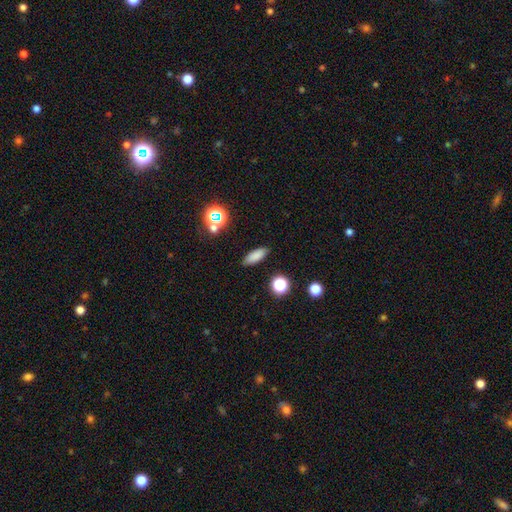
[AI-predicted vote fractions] smooth-or-featured: smooth: 81% | star or artifact: 12% | featured or disk: 7%
  how-rounded: in between: 67% | cigar-shaped: 29% | round: 4%
  merging: none: 87% | minor disturbance: 9% | major disturbance: 2% | merger: 2%